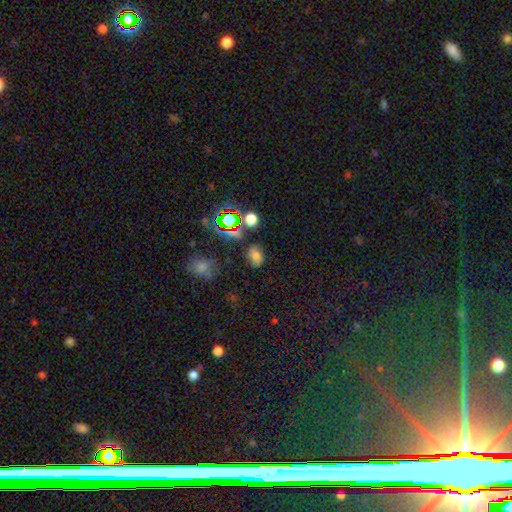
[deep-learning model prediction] Smooth or featured? Predicted: smooth (p=0.60). How rounded? Predicted: in between (p=0.72). Merging? Predicted: none (p=0.74).